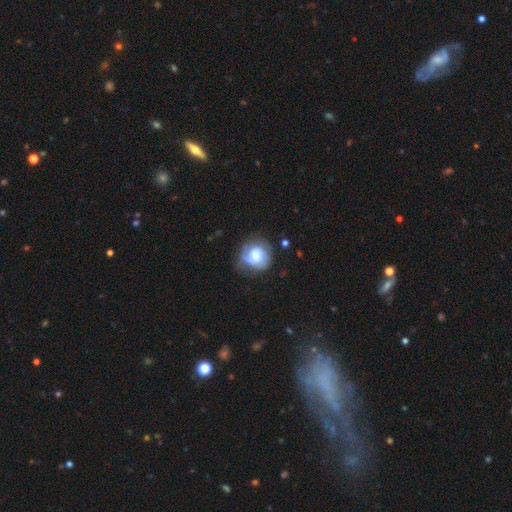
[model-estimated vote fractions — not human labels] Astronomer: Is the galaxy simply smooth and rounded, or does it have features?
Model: featured or disk — 56% (runner-up: smooth, 36%).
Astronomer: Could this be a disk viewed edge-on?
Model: no — 98%.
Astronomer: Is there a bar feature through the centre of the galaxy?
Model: no — 57% (runner-up: weak, 36%).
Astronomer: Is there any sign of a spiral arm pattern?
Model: yes — 85%.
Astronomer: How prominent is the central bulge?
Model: moderate — 35% (runner-up: large, 31%).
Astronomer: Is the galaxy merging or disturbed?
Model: none — 57%.